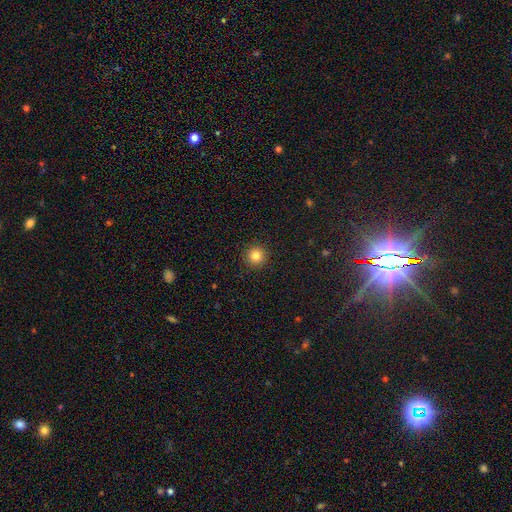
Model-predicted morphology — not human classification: smooth 83%, star or artifact 12%, featured or disk 5%. Down the decision tree: how rounded — round (96%); merging — none (93%).